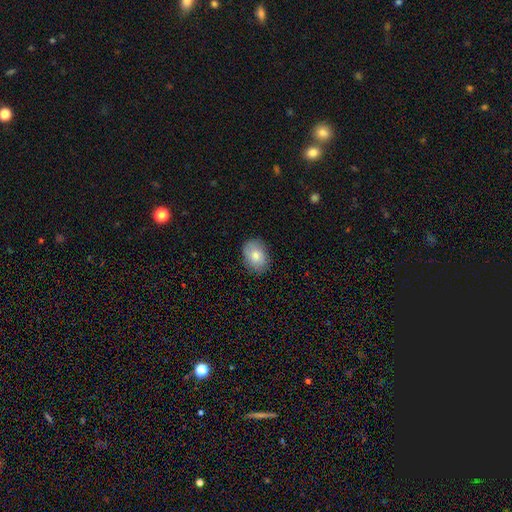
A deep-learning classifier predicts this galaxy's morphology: Smooth or featured? smooth (78%)
How rounded? in between (69%)
Merging? none (81%)